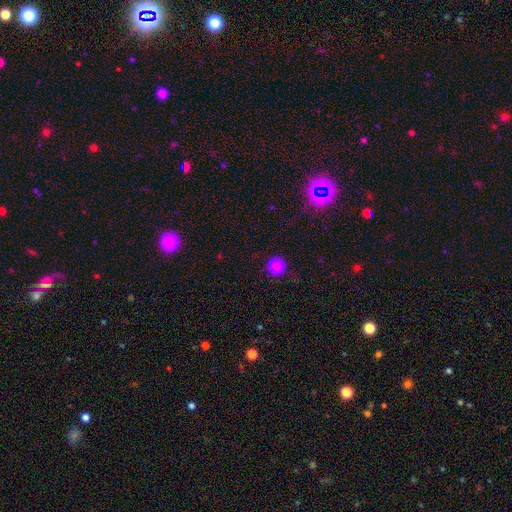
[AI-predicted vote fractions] Smooth or featured? smooth (74%)
How rounded? round (93%)
Merging? none (88%)